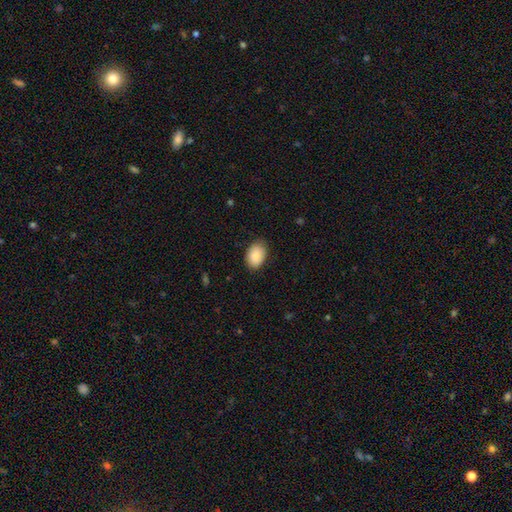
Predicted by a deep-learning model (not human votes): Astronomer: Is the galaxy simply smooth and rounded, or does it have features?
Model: smooth — 88%.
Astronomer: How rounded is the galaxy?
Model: in between — 83%.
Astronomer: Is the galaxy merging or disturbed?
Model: none — 82%.